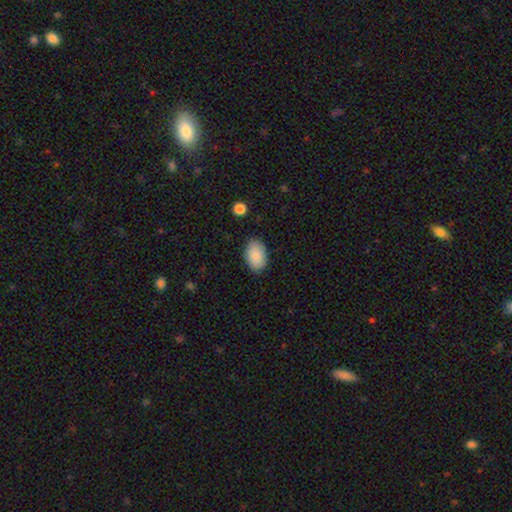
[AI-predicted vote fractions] Smooth or featured: smooth — 89% (star or artifact — 7%)
How rounded: in between — 90% (round — 8%)
Merging: none — 87% (minor disturbance — 10%)